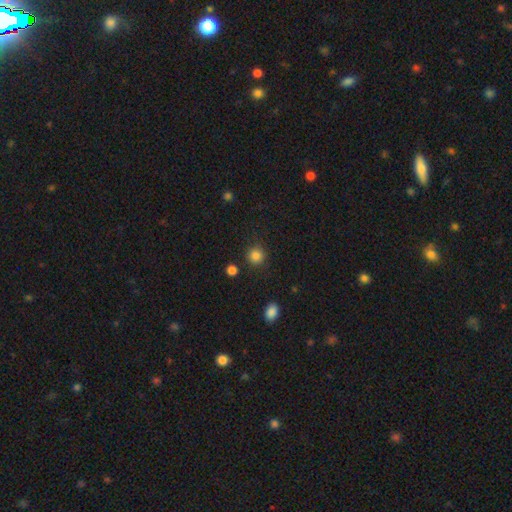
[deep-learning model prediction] Smooth or featured?
  - smooth: 85% *
  - star or artifact: 11%
  - featured or disk: 4%
How rounded?
  - round: 91% *
  - in between: 8%
  - cigar-shaped: 1%
Merging?
  - none: 87% *
  - minor disturbance: 7%
  - major disturbance: 3%
  - merger: 3%